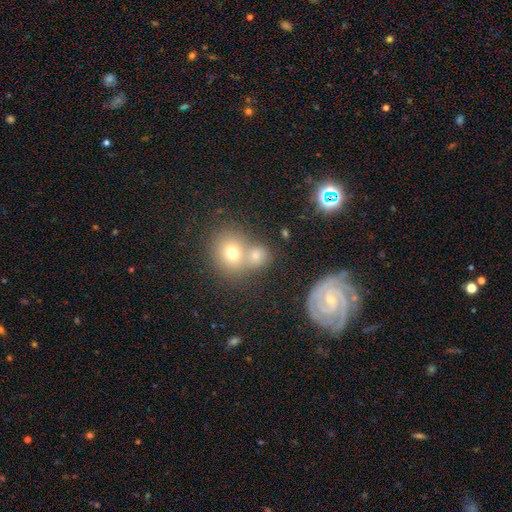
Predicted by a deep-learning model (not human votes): smooth-or-featured: smooth: 67% | star or artifact: 17% | featured or disk: 16%
  how-rounded: round: 73% | in between: 25% | cigar-shaped: 1%
  merging: none: 45% | merger: 43% | minor disturbance: 8% | major disturbance: 4%